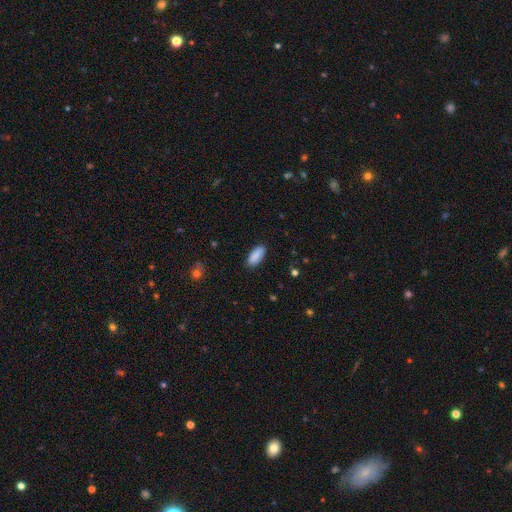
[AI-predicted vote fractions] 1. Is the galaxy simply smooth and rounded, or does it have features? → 89% smooth, 7% star or artifact, 4% featured or disk.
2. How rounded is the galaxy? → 82% in between, 16% cigar-shaped, 2% round.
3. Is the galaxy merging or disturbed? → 87% none, 10% minor disturbance, 2% major disturbance, 1% merger.